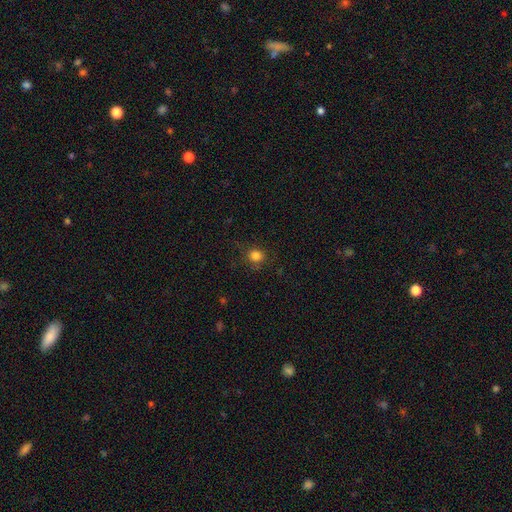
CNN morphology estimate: A smooth galaxy with no disk features (81%) that is round (86%). Merging: none (82%).